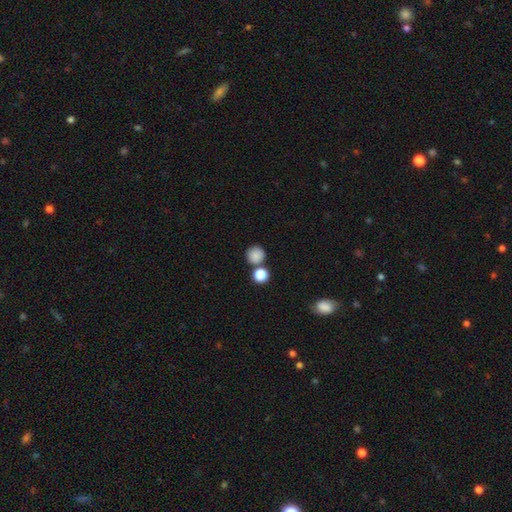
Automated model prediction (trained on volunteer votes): Smooth or featured? Predicted: smooth (p=0.84). How rounded? Predicted: round (p=0.92). Merging? Predicted: none (p=0.70).